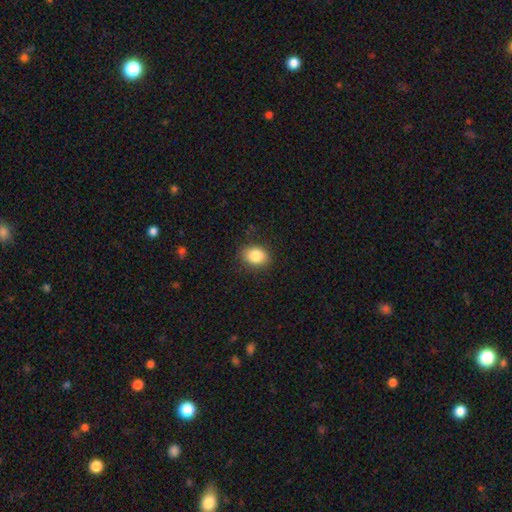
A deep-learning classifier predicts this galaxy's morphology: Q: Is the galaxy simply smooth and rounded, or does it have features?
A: smooth — 85%.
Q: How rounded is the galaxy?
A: in between — 66%.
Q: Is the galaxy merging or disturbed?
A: none — 86%.